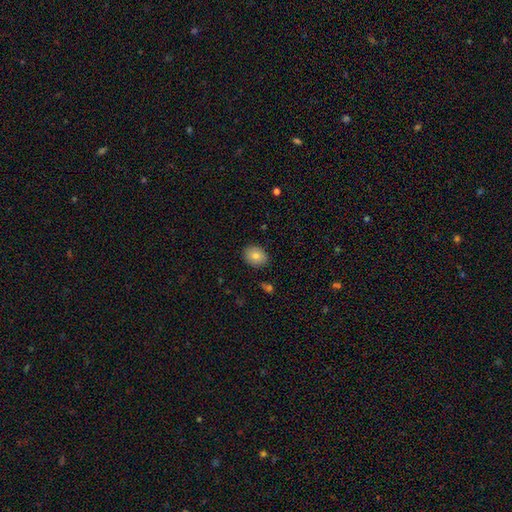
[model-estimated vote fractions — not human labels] A smooth galaxy with no disk features (80%) that is round (56%). Merging: none (88%).